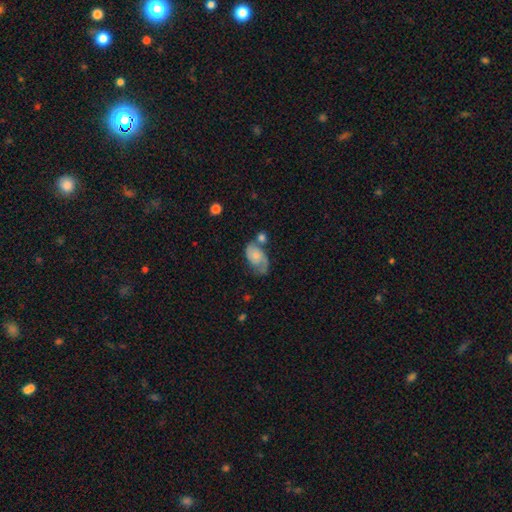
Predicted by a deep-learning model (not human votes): featured or disk 56%, smooth 37%, star or artifact 7%. Down the decision tree: edge-on disk — no (96%); bar — no (76%); spiral arms — yes (82%); bulge size — small (53%); merging — none (38%).